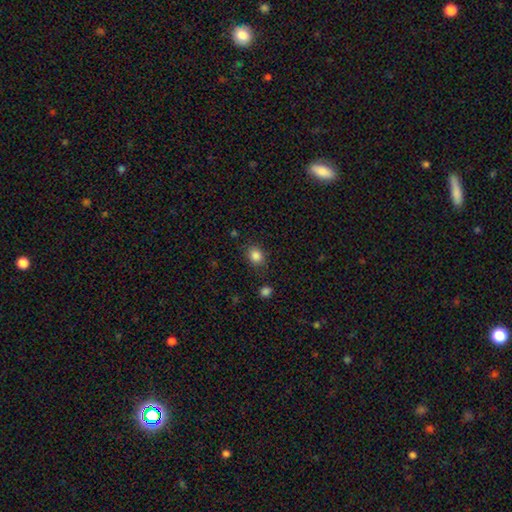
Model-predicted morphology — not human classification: type=smooth (85%); roundness=round (53%); merging=none (81%).